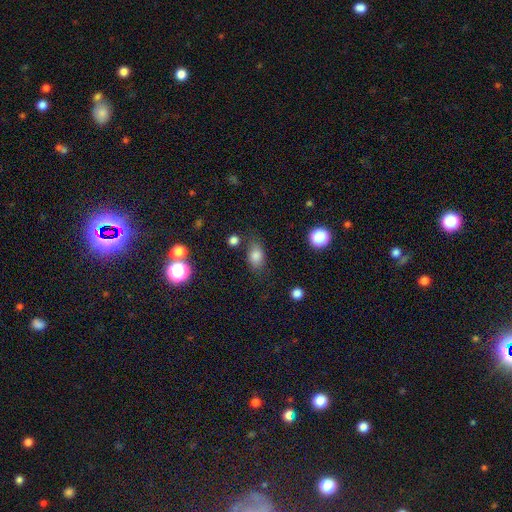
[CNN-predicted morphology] Smooth or featured? Predicted: smooth (p=0.80). How rounded? Predicted: in between (p=0.81). Merging? Predicted: none (p=0.72).